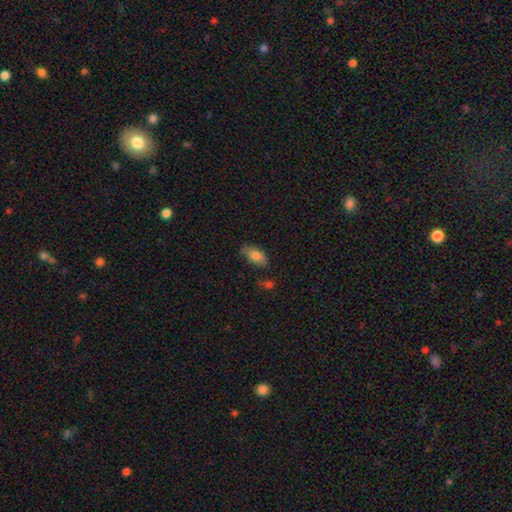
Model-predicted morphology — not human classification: smooth_or_featured: smooth (p=0.79) [alt: featured or disk p=0.13]
how_rounded: in between (p=0.91) [alt: cigar-shaped p=0.05]
merging: none (p=0.68) [alt: minor disturbance p=0.23]